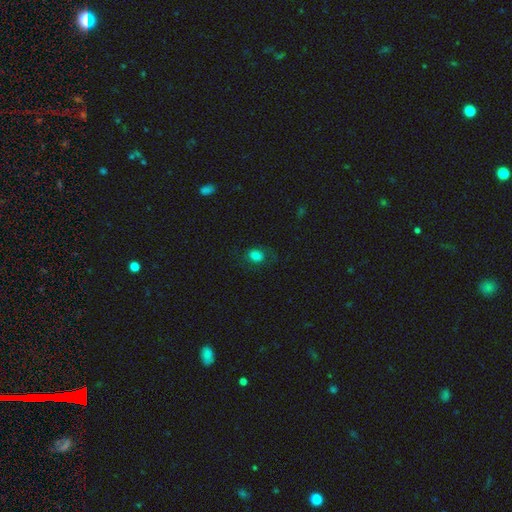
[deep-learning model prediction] Q: Smooth or featured?
A: smooth (78%); runner-up: star or artifact (13%)
Q: How rounded?
A: in between (58%); runner-up: round (41%)
Q: Merging?
A: none (69%); runner-up: minor disturbance (18%)